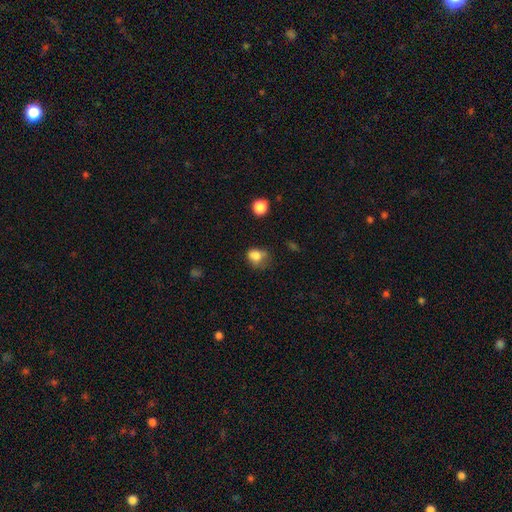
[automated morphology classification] Smooth or featured? smooth (79%)
How rounded? in between (52%)
Merging? none (40%)